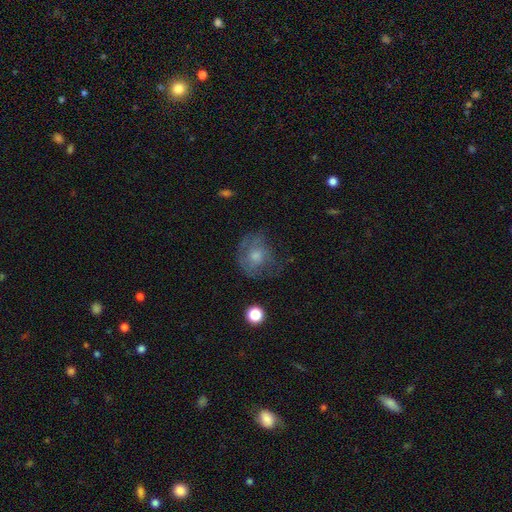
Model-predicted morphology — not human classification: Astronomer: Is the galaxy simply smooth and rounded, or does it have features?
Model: smooth — 46% (runner-up: featured or disk, 40%).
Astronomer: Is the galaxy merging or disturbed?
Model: none — 54%.